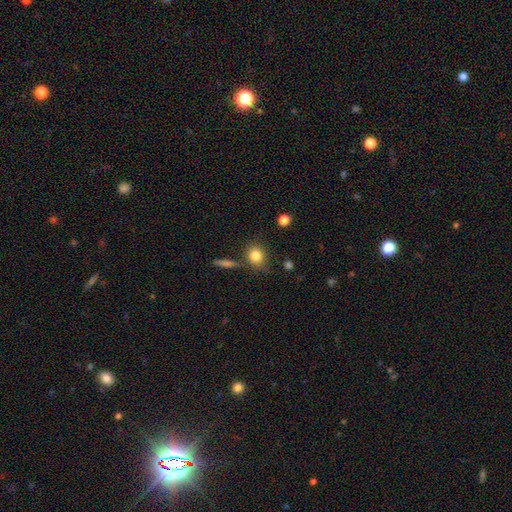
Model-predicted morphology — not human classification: Overall: smooth (83%). How rounded: round (65%; in between 33%). Merging: none (75%).